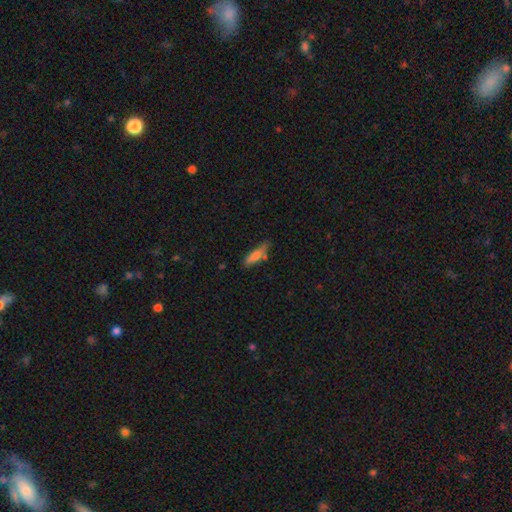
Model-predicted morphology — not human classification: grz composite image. It shows a smooth galaxy with no disk features (76%) that is cigar-shaped (58%). Merging: none (61%).